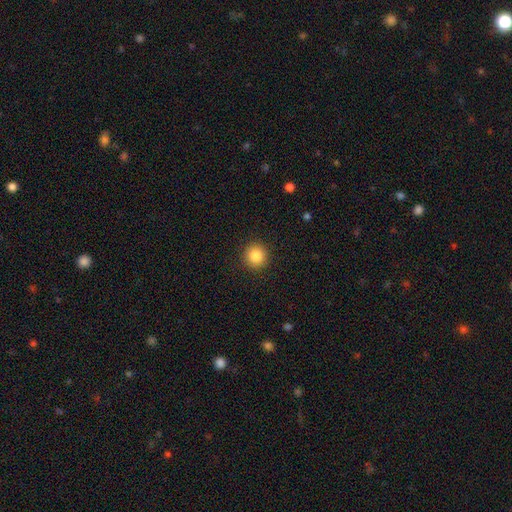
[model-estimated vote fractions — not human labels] Morphology: type=smooth (85%); roundness=round (95%); merging=none (92%).